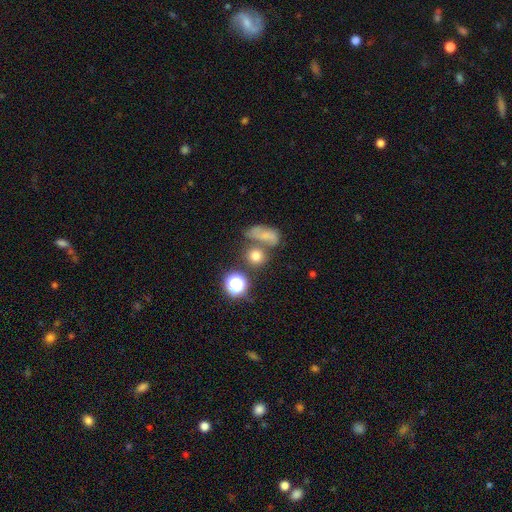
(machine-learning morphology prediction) A smooth galaxy with no disk features (71%) that is round (75%).

Vote fractions:
- Smooth or featured? smooth: 71% / star or artifact: 18% / featured or disk: 10%
- How rounded? round: 75% / in between: 23% / cigar-shaped: 2%
- Merging? none: 53% / merger: 28% / minor disturbance: 12% / major disturbance: 7%